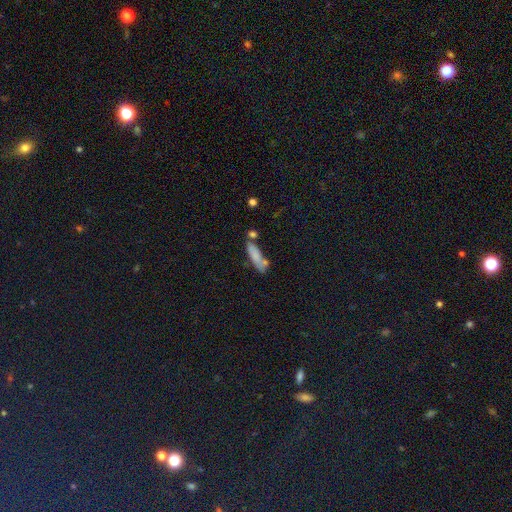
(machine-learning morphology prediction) Smooth or featured?
  - smooth: 76% *
  - featured or disk: 15%
  - star or artifact: 8%
How rounded?
  - cigar-shaped: 61% *
  - in between: 37%
  - round: 2%
Merging?
  - none: 55% *
  - minor disturbance: 20%
  - merger: 18%
  - major disturbance: 7%